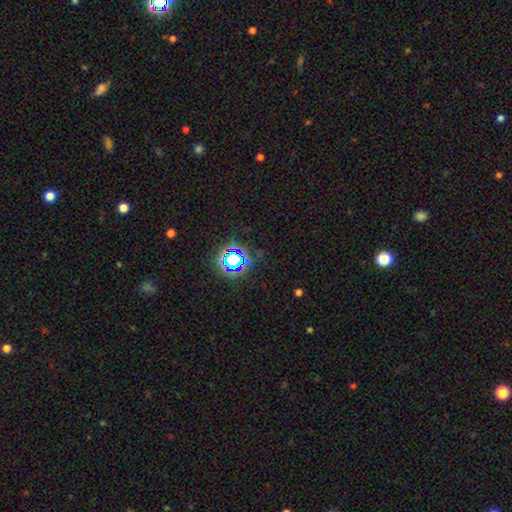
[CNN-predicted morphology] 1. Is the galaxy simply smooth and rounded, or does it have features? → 76% star or artifact, 17% smooth, 7% featured or disk.